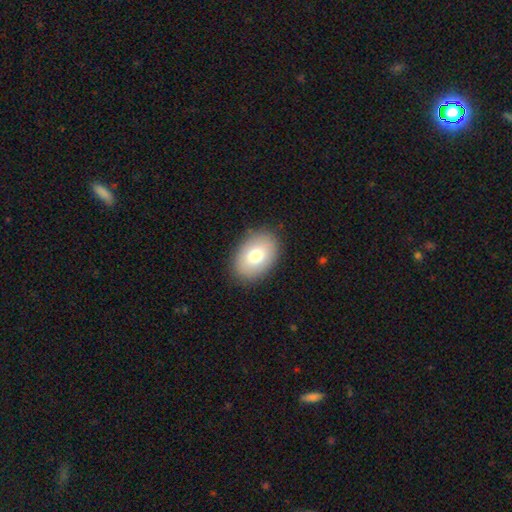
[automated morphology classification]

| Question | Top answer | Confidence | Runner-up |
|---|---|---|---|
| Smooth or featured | smooth | 77% | featured or disk (16%) |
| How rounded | in between | 83% | round (16%) |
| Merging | none | 88% | minor disturbance (9%) |